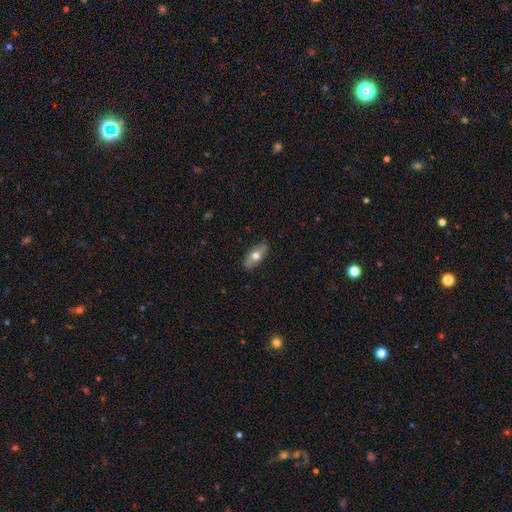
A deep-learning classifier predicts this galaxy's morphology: smooth 53%, featured or disk 41%, star or artifact 6%. Down the decision tree: how rounded — in between (71%); merging — none (85%).